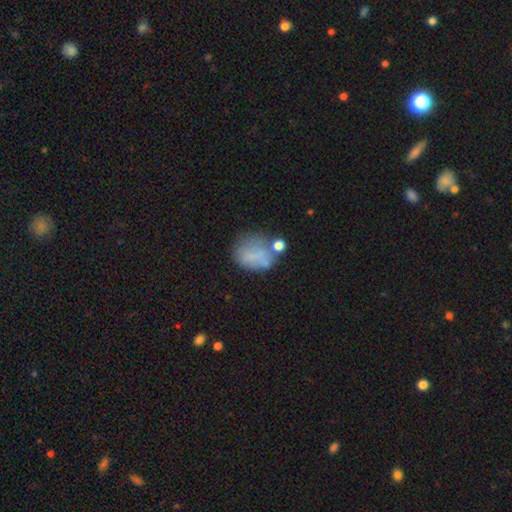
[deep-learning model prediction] Smooth or featured: smooth — 66% (featured or disk — 21%)
How rounded: round — 56% (in between — 43%)
Merging: none — 44% (minor disturbance — 23%)